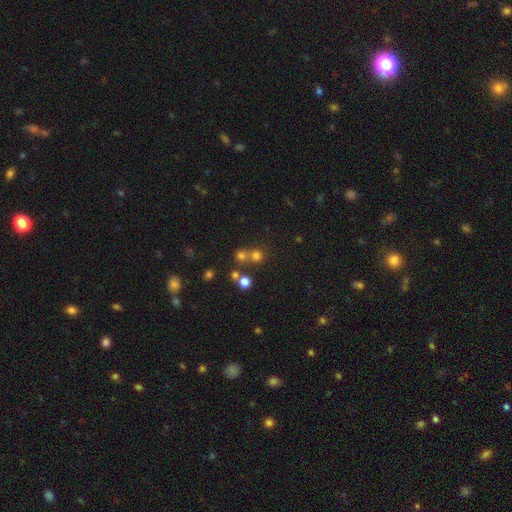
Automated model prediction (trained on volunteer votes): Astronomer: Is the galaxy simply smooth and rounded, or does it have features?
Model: smooth — 68%.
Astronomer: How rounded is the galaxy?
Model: round — 89%.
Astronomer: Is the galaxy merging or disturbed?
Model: none — 55% (runner-up: merger, 35%).